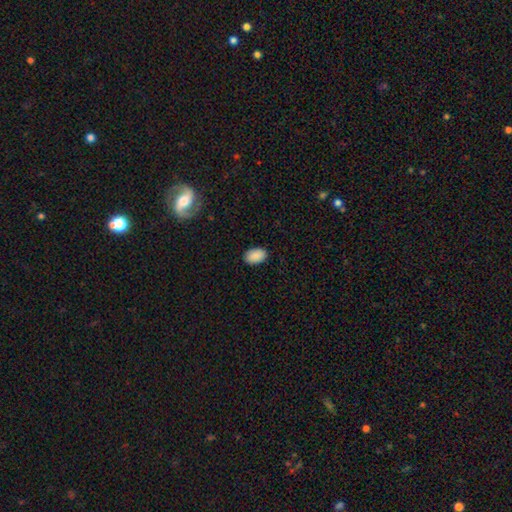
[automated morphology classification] Smooth or featured? smooth (89%)
How rounded? in between (89%)
Merging? none (88%)